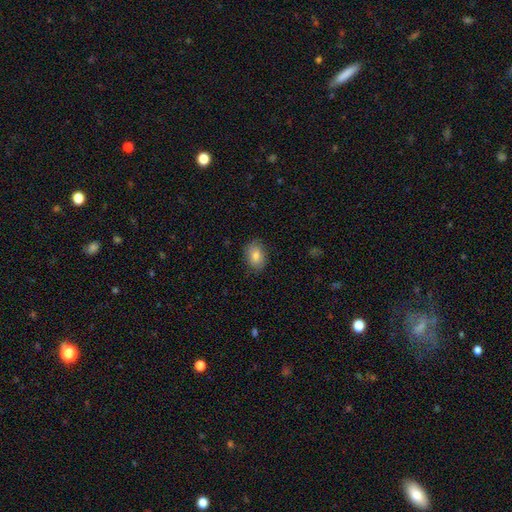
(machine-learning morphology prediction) Overall: smooth (79%). How rounded: in between (76%). Merging: none (83%).